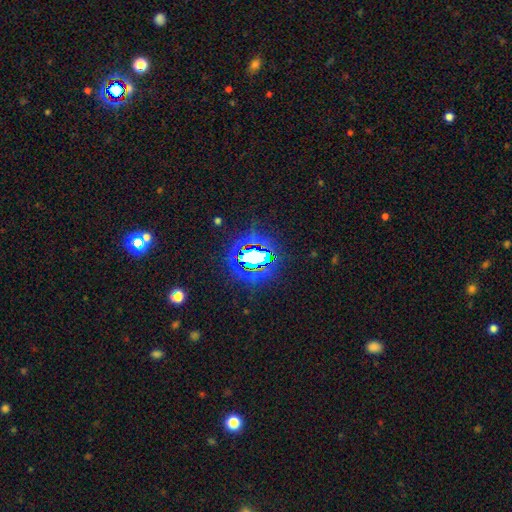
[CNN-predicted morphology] This is likely a star or artifact rather than a galaxy (79%).